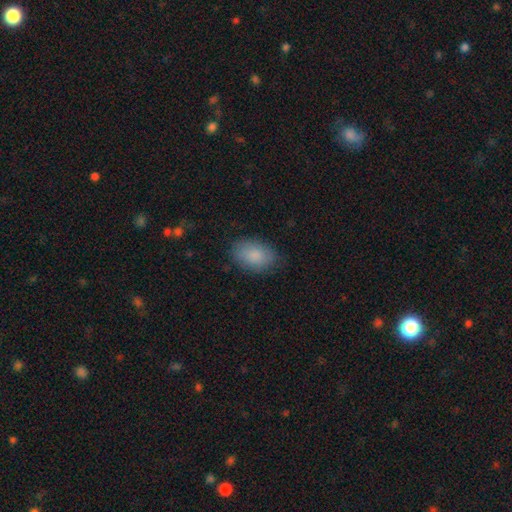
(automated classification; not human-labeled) Smooth or featured?
  - smooth: 86% *
  - featured or disk: 7%
  - star or artifact: 6%
How rounded?
  - in between: 88% *
  - round: 11%
  - cigar-shaped: 1%
Merging?
  - none: 79% *
  - minor disturbance: 16%
  - major disturbance: 4%
  - merger: 1%